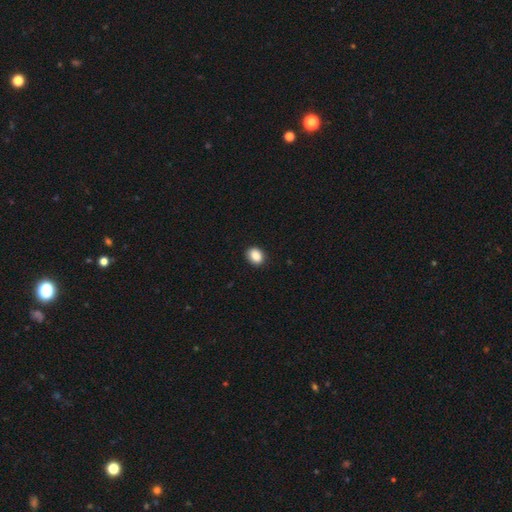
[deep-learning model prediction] Smooth or featured: smooth — 88% (star or artifact — 8%)
How rounded: in between — 59% (round — 40%)
Merging: none — 88% (minor disturbance — 9%)